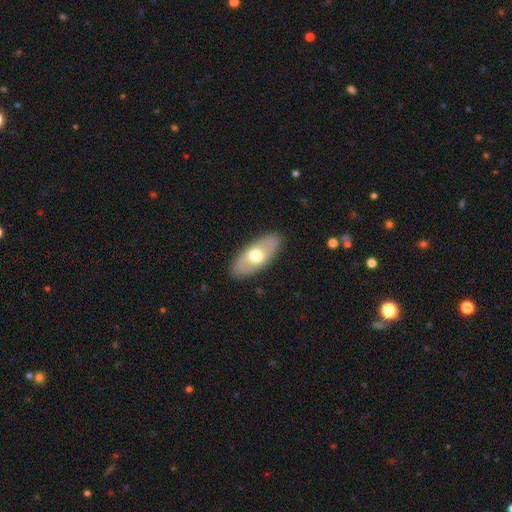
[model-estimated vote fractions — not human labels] A smooth galaxy with no disk features (54%) that is in between round and cigar-shaped (86%). Merging: none (87%).